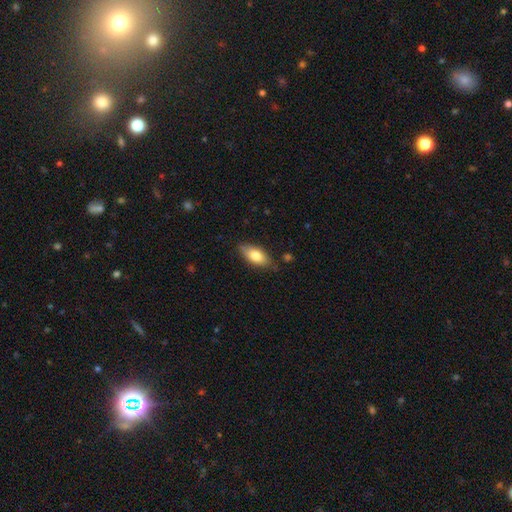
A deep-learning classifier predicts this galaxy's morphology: Smooth or featured?
  - smooth: 77% *
  - featured or disk: 17%
  - star or artifact: 7%
How rounded?
  - in between: 86% *
  - cigar-shaped: 11%
  - round: 3%
Merging?
  - none: 78% *
  - minor disturbance: 17%
  - major disturbance: 3%
  - merger: 2%